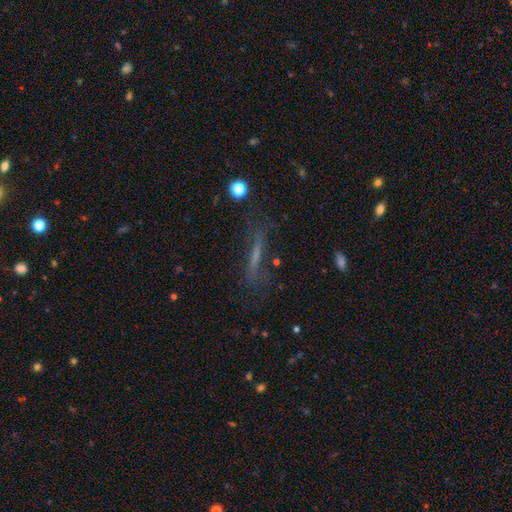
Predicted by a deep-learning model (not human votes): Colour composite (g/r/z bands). It shows a smooth galaxy with no disk features (43%). Merging: none (63%).